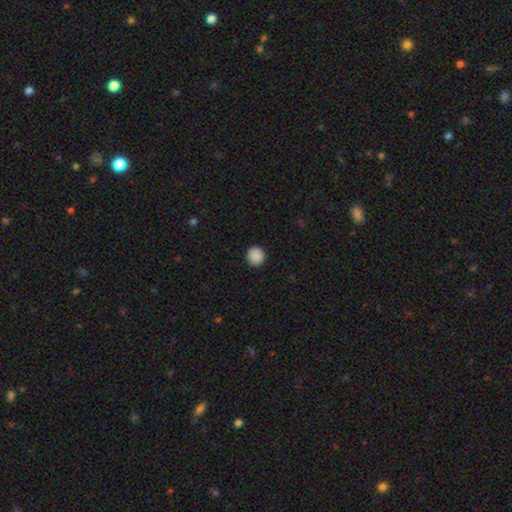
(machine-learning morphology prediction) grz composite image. It shows a smooth galaxy with no disk features (89%) that is round (94%). Merging: none (92%).